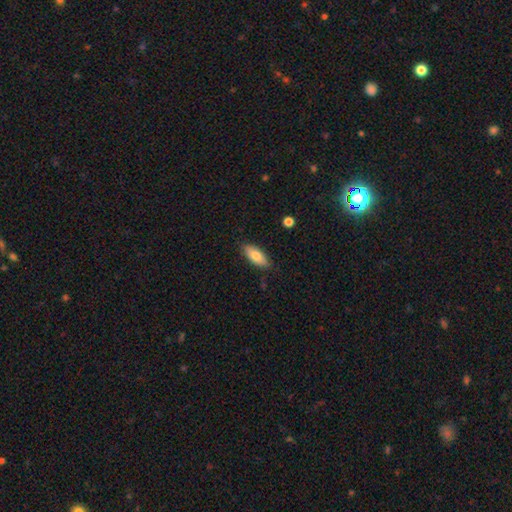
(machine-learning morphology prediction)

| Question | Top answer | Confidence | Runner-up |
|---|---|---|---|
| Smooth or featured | smooth | 78% | featured or disk (15%) |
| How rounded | in between | 80% | cigar-shaped (17%) |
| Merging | none | 85% | minor disturbance (12%) |